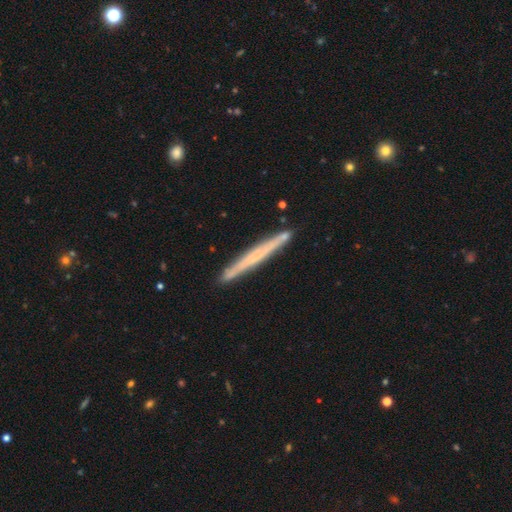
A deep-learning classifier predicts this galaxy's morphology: type=featured or disk (48%); merging=none (89%).